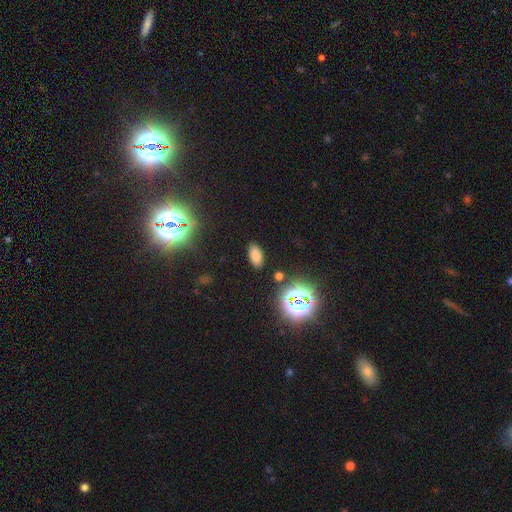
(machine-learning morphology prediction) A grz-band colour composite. It shows a smooth galaxy with no disk features (73%) that is in between round and cigar-shaped (90%). Merging: none (88%).